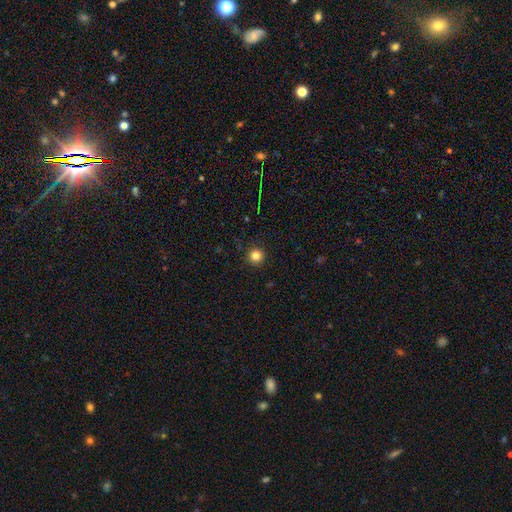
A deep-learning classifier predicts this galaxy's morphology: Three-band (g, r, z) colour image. It shows a smooth galaxy with no disk features (83%) that is round (95%). Merging: none (92%).